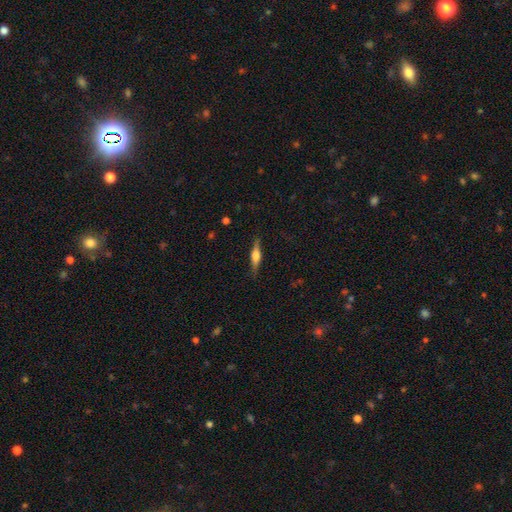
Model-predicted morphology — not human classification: Smooth or featured? featured or disk (62%)
Edge-on disk? yes (97%)
Edge-on bulge? rounded (84%)
Merging? none (86%)